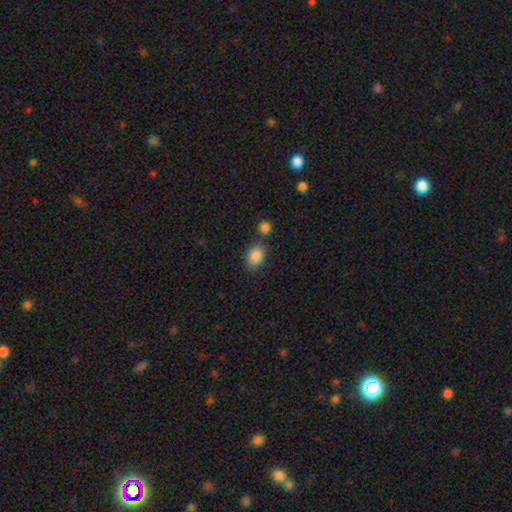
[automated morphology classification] A smooth galaxy with no disk features (87%) that is in between round and cigar-shaped (72%).

Vote fractions:
- Smooth or featured? smooth: 87% / star or artifact: 9% / featured or disk: 4%
- How rounded? in between: 72% / round: 27% / cigar-shaped: 1%
- Merging? none: 70% / merger: 13% / minor disturbance: 13% / major disturbance: 4%